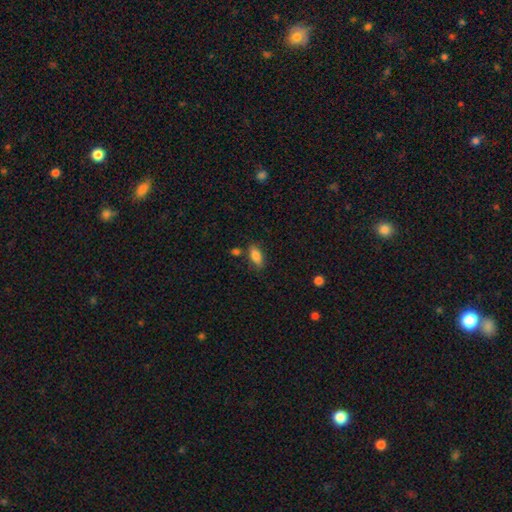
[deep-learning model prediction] Overall: smooth (84%). How rounded: in between (87%). Merging: none (77%).